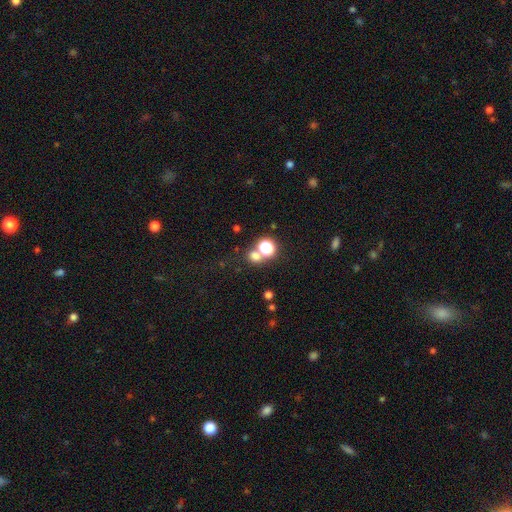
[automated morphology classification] Smooth or featured? Predicted: smooth (p=0.66). How rounded? Predicted: round (p=0.74). Merging? Predicted: none (p=0.55).